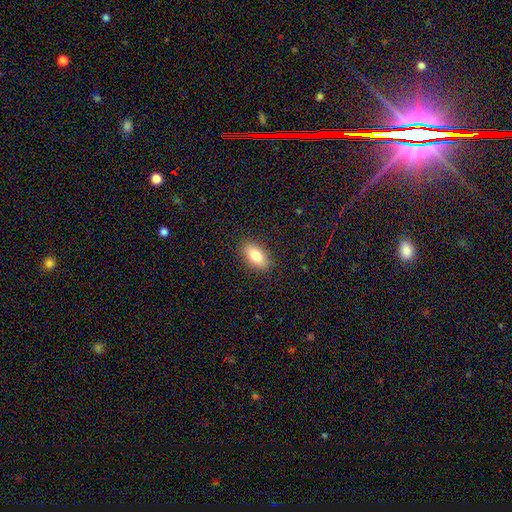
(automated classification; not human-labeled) A smooth galaxy with no disk features (80%) that is in between round and cigar-shaped (90%).

Vote fractions:
- Smooth or featured? smooth: 80% / featured or disk: 12% / star or artifact: 8%
- How rounded? in between: 90% / round: 5% / cigar-shaped: 5%
- Merging? none: 88% / minor disturbance: 9% / major disturbance: 2% / merger: 1%